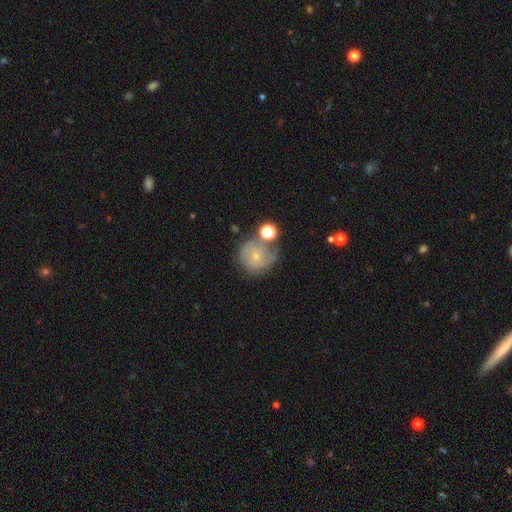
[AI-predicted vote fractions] Smooth or featured?
  - featured or disk: 45% *
  - smooth: 44%
  - star or artifact: 11%
Merging?
  - none: 47% *
  - minor disturbance: 22%
  - merger: 17%
  - major disturbance: 14%